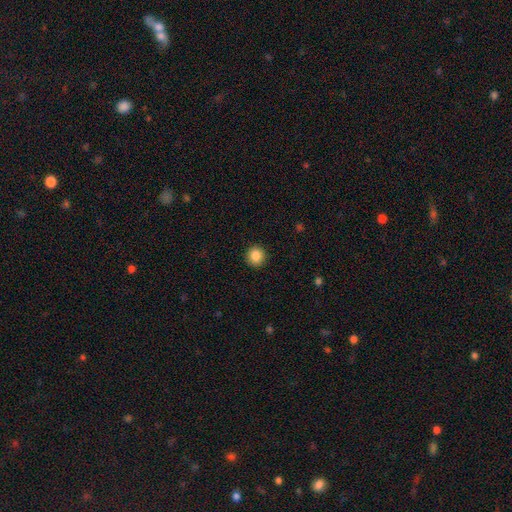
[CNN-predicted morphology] This is clearly a smooth galaxy (86%). How rounded: clearly round (91%). Merging: clearly none (91%).